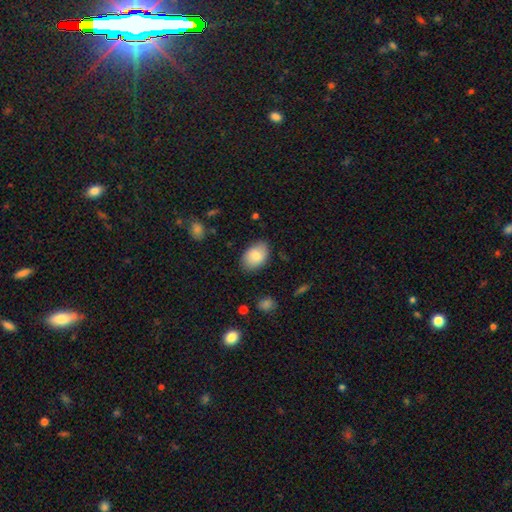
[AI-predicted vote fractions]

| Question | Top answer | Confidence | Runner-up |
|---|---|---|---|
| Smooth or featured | smooth | 80% | featured or disk (13%) |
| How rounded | in between | 88% | round (11%) |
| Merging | none | 81% | minor disturbance (15%) |